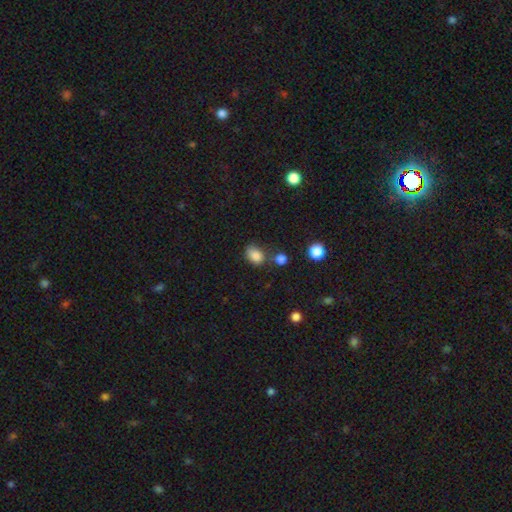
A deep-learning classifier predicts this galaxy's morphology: Smooth or featured? Predicted: smooth (p=0.83). How rounded? Predicted: in between (p=0.73). Merging? Predicted: none (p=0.57).